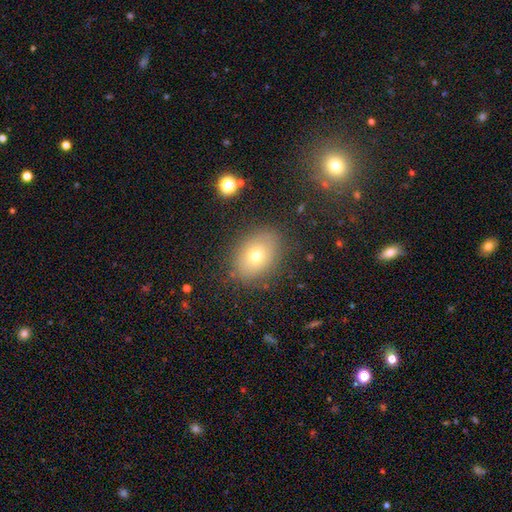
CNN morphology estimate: This appears to be a smooth galaxy with no disk features (68%) that is in between round and cigar-shaped (68%). Merging: none (83%).